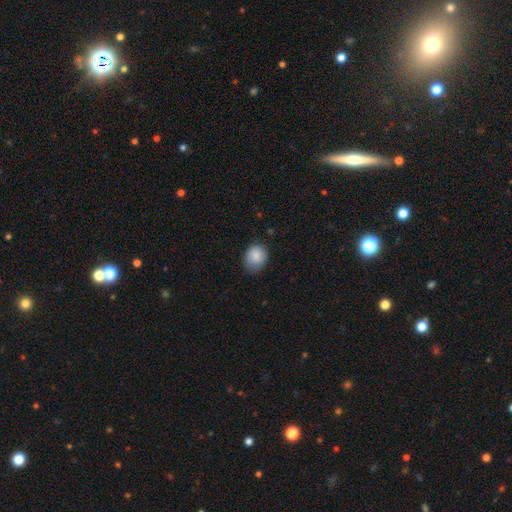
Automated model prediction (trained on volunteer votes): A smooth galaxy with no disk features (87%) that is round (52%). Merging: none (70%).